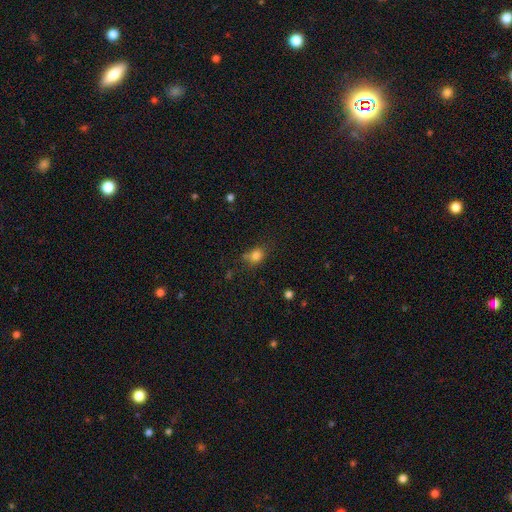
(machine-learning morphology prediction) type=smooth (79%); roundness=round (57%); merging=none (65%).